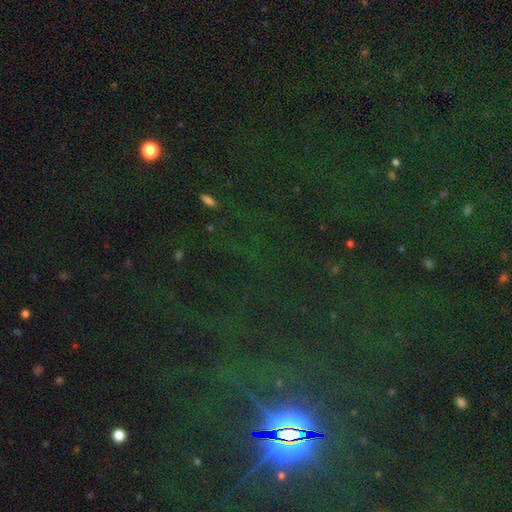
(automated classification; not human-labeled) Overall: star or artifact (85%).